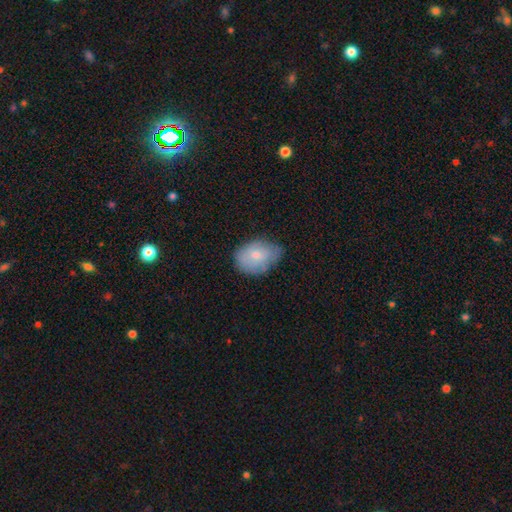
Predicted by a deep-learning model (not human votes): smooth-or-featured: smooth: 75% | featured or disk: 18% | star or artifact: 7%
  how-rounded: in between: 79% | round: 19% | cigar-shaped: 1%
  merging: none: 59% | minor disturbance: 33% | major disturbance: 6% | merger: 1%